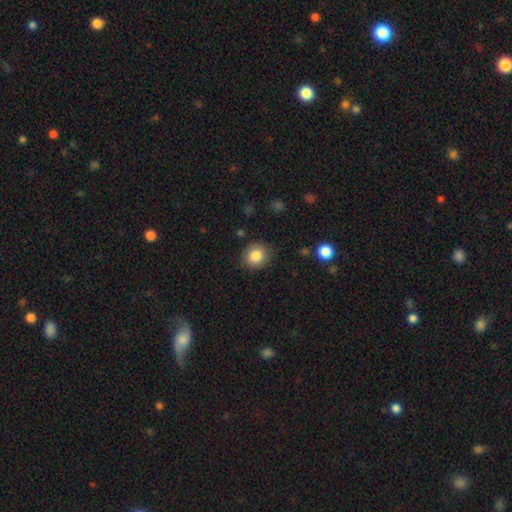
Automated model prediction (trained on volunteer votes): Q: Smooth or featured?
A: smooth (84%); runner-up: star or artifact (9%)
Q: How rounded?
A: round (81%); runner-up: in between (18%)
Q: Merging?
A: none (86%); runner-up: minor disturbance (10%)